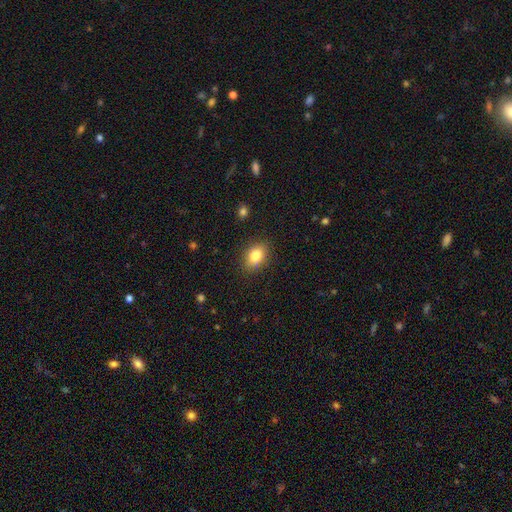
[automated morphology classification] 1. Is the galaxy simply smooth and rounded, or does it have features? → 82% smooth, 9% featured or disk, 9% star or artifact.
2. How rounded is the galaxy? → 76% in between, 22% round, 2% cigar-shaped.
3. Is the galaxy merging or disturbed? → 86% none, 11% minor disturbance, 3% major disturbance, 1% merger.